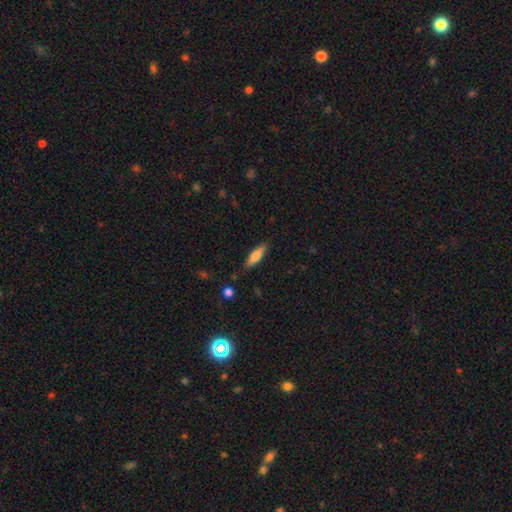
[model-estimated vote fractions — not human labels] The model was most divided on "how rounded": cigar-shaped: 54%, in between: 44%, round: 2%. More confident: merging — none (83%); smooth or featured — smooth (73%).